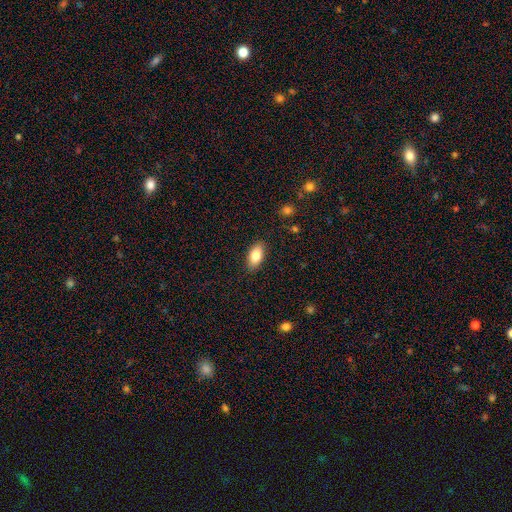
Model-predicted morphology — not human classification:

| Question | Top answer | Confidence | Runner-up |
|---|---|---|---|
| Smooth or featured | smooth | 84% | featured or disk (9%) |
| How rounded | in between | 92% | cigar-shaped (4%) |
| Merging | none | 88% | minor disturbance (9%) |